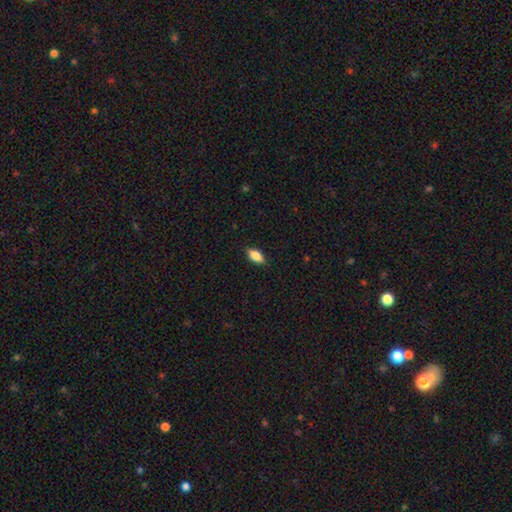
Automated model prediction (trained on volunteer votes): Morphology: type=smooth (79%); roundness=in between (86%); merging=none (86%).